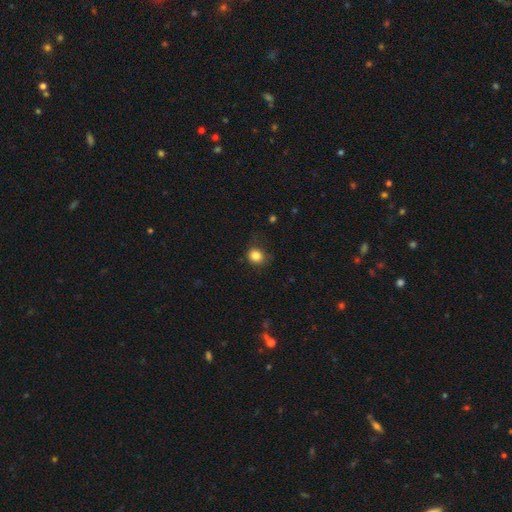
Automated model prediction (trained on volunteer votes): Smooth or featured? smooth (83%)
How rounded? round (83%)
Merging? none (71%)